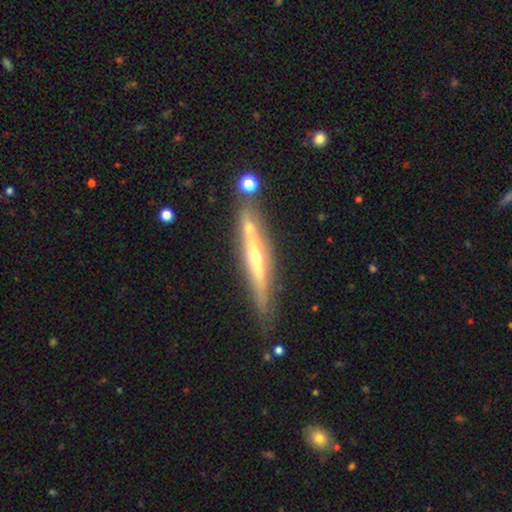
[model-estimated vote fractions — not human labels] Smooth or featured: featured or disk — 77% (smooth — 16%)
Edge-on disk: yes — 94% (no — 6%)
Edge-on bulge: rounded — 80% (none — 16%)
Merging: none — 77% (minor disturbance — 13%)